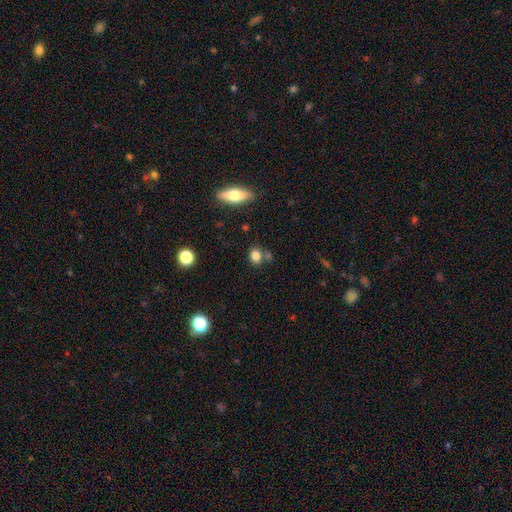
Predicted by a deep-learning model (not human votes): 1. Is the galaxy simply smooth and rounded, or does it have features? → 82% smooth, 12% star or artifact, 7% featured or disk.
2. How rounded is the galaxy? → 54% round, 44% in between, 2% cigar-shaped.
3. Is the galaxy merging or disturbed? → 69% none, 14% merger, 13% minor disturbance, 4% major disturbance.